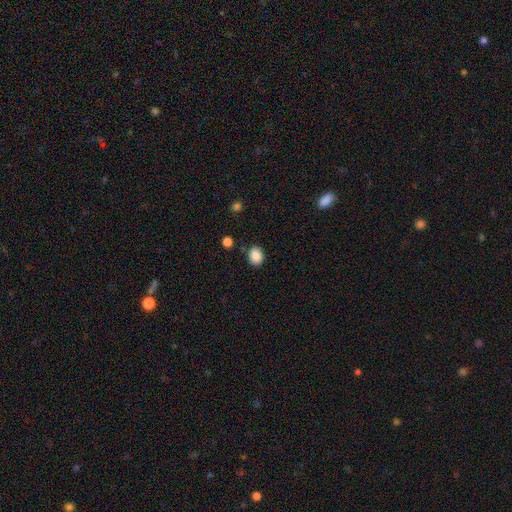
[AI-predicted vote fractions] smooth_or_featured: smooth (p=0.88) [alt: star or artifact p=0.09]
how_rounded: in between (p=0.50) [alt: round p=0.49]
merging: none (p=0.83) [alt: minor disturbance p=0.11]